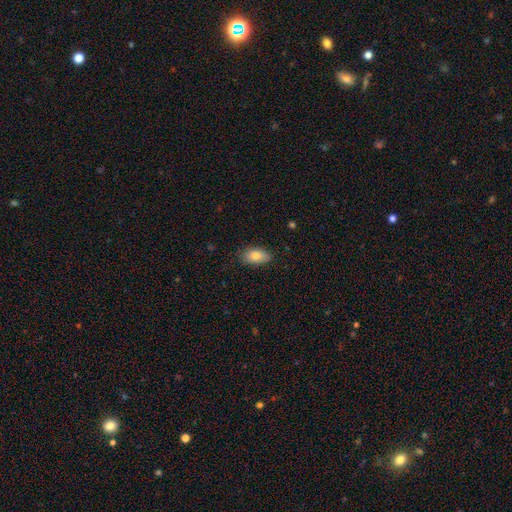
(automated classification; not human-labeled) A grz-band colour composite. It shows a smooth galaxy with no disk features (79%) that is in between round and cigar-shaped (91%). Merging: none (80%).